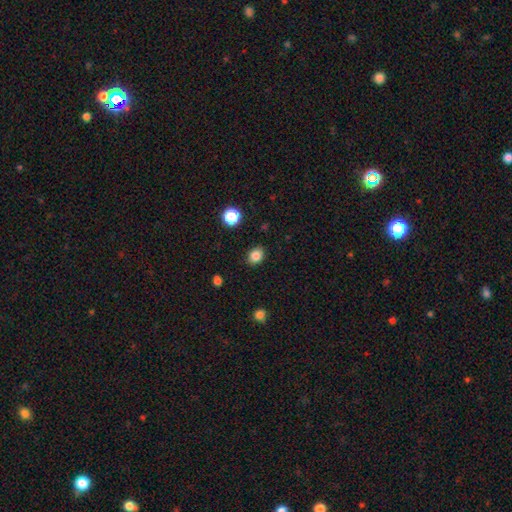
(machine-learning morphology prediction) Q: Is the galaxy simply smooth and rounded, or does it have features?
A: smooth — 84%.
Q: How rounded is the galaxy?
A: in between — 53%.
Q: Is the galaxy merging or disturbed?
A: none — 87%.